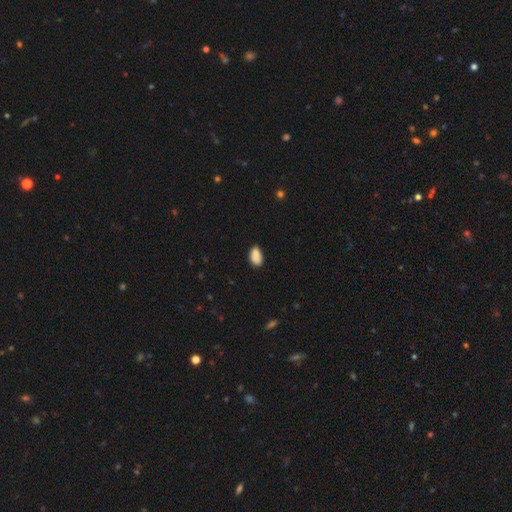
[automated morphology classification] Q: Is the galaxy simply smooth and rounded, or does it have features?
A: smooth — 83%.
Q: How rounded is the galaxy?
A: in between — 91%.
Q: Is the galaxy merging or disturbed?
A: none — 64%.